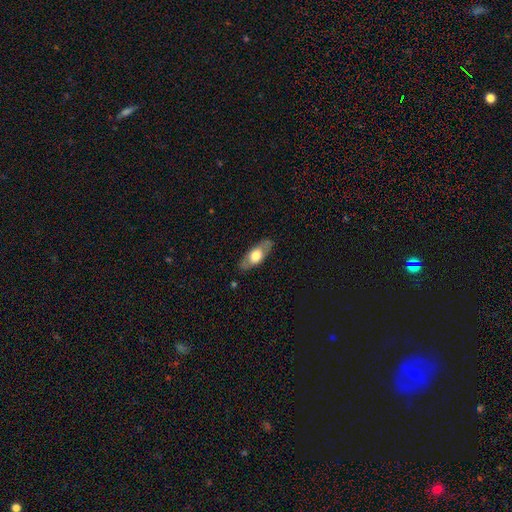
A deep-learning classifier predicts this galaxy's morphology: A smooth galaxy with no disk features (54%) that is in between round and cigar-shaped (77%).

Vote fractions:
- Smooth or featured? smooth: 54% / featured or disk: 41% / star or artifact: 5%
- How rounded? in between: 77% / cigar-shaped: 18% / round: 4%
- Merging? none: 83% / minor disturbance: 13% / major disturbance: 4% / merger: 1%